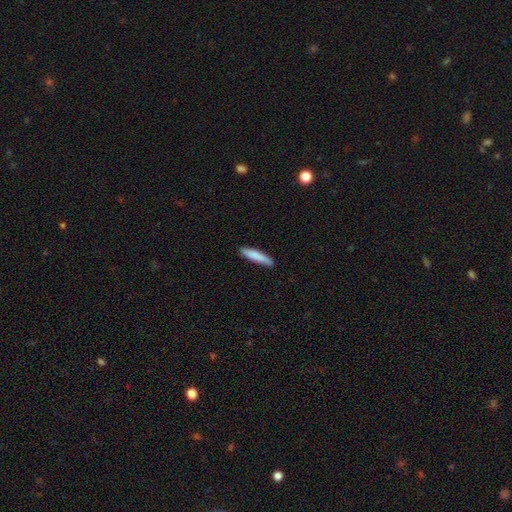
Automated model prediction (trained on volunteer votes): A smooth galaxy with no disk features (84%) that is cigar-shaped (84%).

Vote fractions:
- Smooth or featured? smooth: 84% / featured or disk: 11% / star or artifact: 6%
- How rounded? cigar-shaped: 84% / in between: 15% / round: 1%
- Merging? none: 85% / minor disturbance: 12% / major disturbance: 2% / merger: 1%